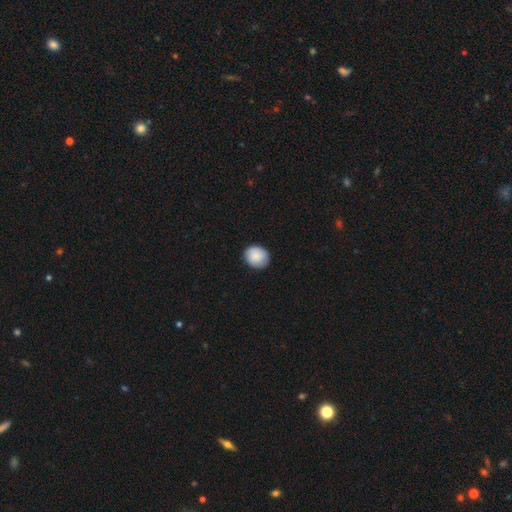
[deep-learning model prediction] Overall: smooth (87%). How rounded: round (70%). Merging: none (85%).